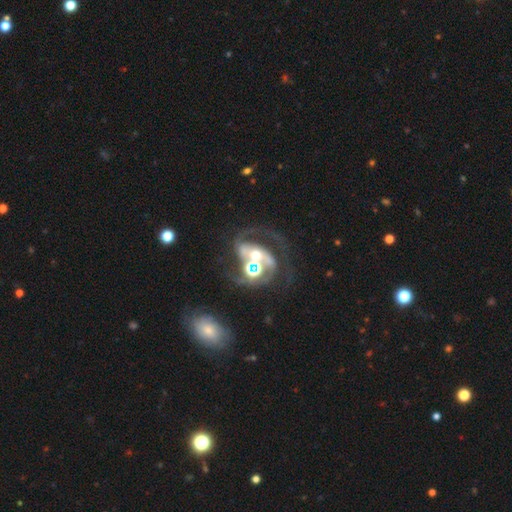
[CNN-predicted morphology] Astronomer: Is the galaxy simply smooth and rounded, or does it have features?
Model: featured or disk — 74%.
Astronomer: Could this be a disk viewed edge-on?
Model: no — 97%.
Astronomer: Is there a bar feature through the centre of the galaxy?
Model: no — 40% (runner-up: strong, 36%).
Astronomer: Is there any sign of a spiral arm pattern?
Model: yes — 84%.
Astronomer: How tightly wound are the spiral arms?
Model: medium — 48% (runner-up: loose, 33%).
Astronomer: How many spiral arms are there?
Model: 2 — 80%.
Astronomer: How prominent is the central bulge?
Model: moderate — 63%.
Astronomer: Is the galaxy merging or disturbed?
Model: none — 35% (runner-up: merger, 32%).